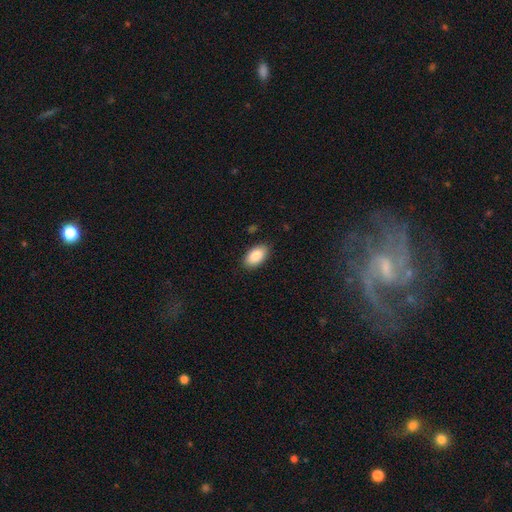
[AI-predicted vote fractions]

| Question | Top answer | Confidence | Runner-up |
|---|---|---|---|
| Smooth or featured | smooth | 89% | star or artifact (6%) |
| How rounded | in between | 95% | round (4%) |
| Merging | none | 87% | minor disturbance (10%) |